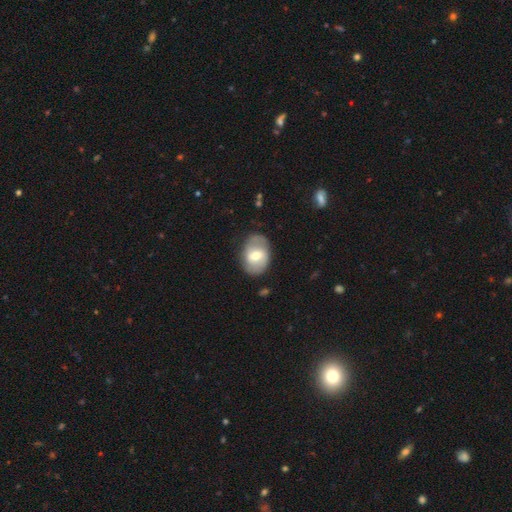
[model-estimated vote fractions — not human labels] This appears to be a featured or disk galaxy (47%, tied with smooth). Merging: none (75%).